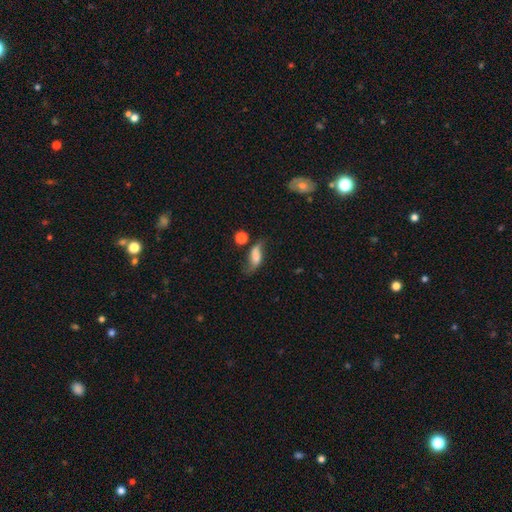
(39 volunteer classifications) Overall: smooth (44%, tied with featured or disk). How rounded: in between (71%). Merging: none (38%; minor disturbance 35%).